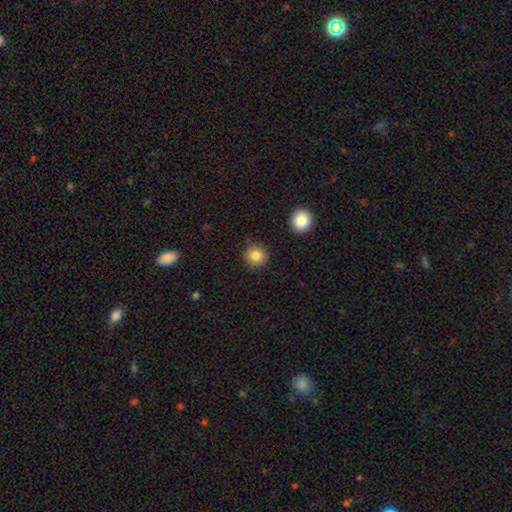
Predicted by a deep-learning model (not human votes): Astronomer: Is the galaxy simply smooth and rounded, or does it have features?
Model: smooth — 84%.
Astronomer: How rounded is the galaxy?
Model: round — 94%.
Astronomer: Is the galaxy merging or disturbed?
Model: none — 89%.